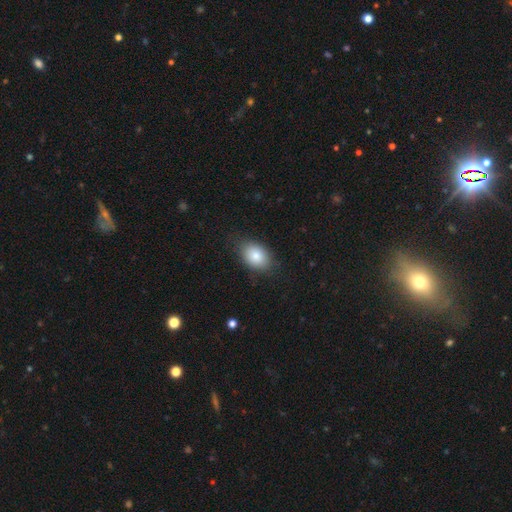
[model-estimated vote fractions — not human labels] This is clearly a smooth galaxy (84%). How rounded: likely in between (80%). Merging: clearly none (80%).